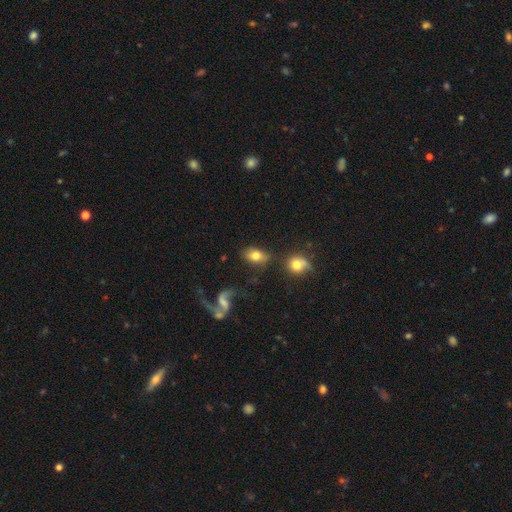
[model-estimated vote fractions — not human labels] This is likely a smooth galaxy (72%). How rounded: clearly in between (82%). Merging: likely none (67%).